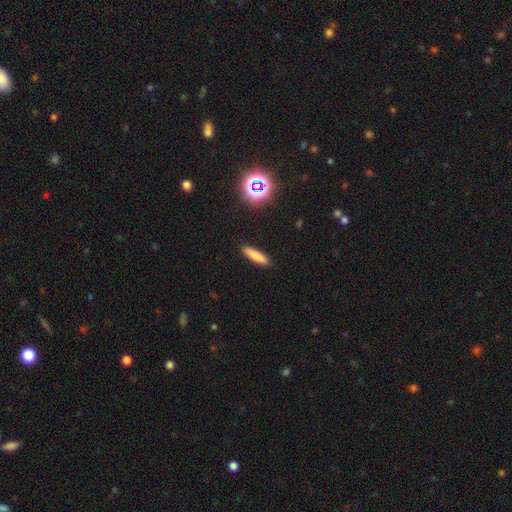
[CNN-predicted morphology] A smooth galaxy with no disk features (79%) that is cigar-shaped (73%).

Vote fractions:
- Smooth or featured? smooth: 79% / star or artifact: 11% / featured or disk: 10%
- How rounded? cigar-shaped: 73% / in between: 24% / round: 2%
- Merging? none: 90% / minor disturbance: 7% / major disturbance: 2% / merger: 1%